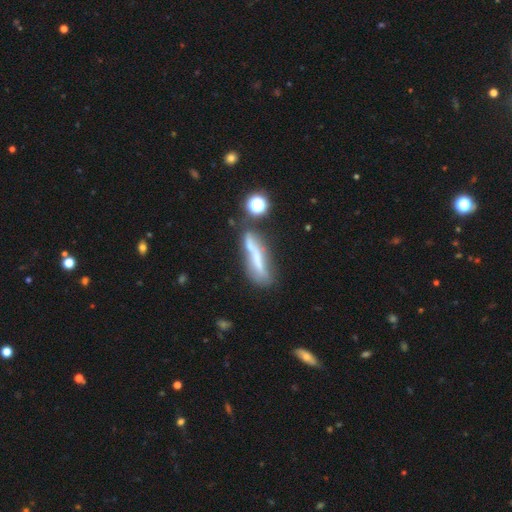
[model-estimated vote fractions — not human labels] smooth_or_featured: featured or disk (p=0.45) [alt: smooth p=0.43]
merging: none (p=0.49) [alt: minor disturbance p=0.23]